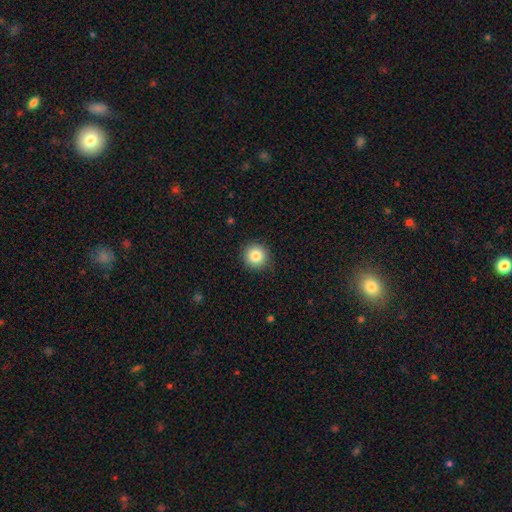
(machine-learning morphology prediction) type=smooth (84%); roundness=round (94%); merging=none (89%).